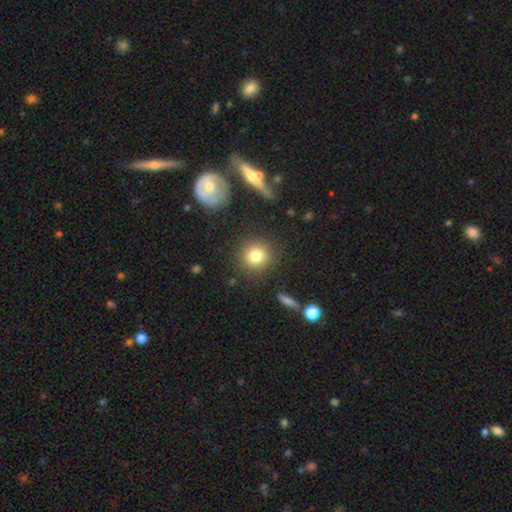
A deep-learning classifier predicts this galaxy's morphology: Overall: smooth (80%). How rounded: round (92%). Merging: none (88%).